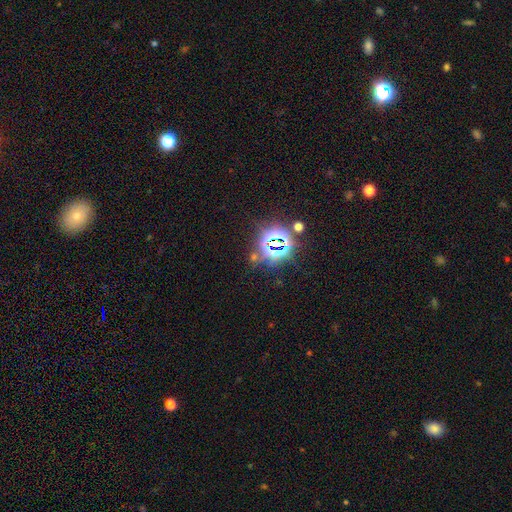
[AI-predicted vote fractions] Q: Smooth or featured?
A: star or artifact (81%); runner-up: smooth (11%)